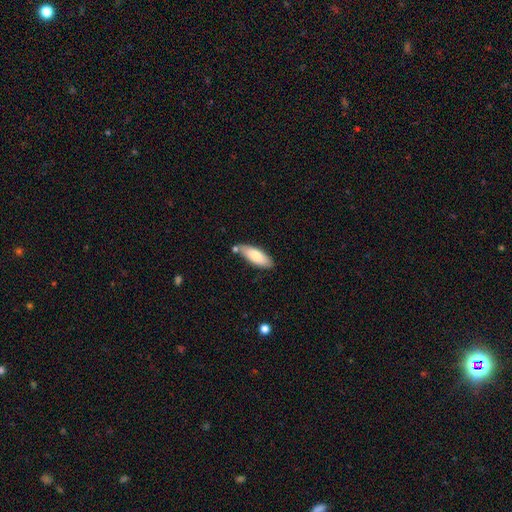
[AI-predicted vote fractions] Overall: smooth (78%). How rounded: in between (67%; cigar-shaped 31%). Merging: none (70%).